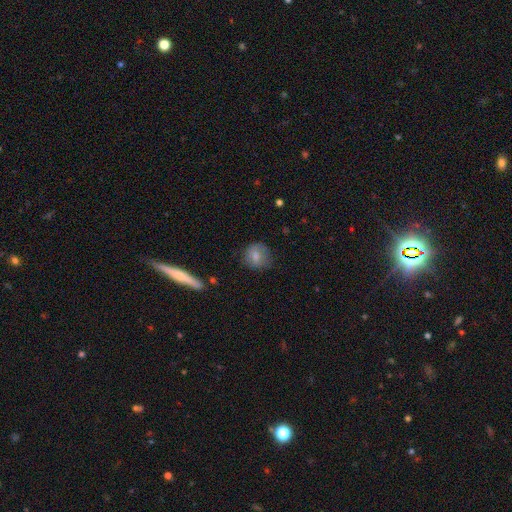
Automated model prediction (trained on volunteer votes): The model was most divided on "merging": none: 71%, minor disturbance: 21%, major disturbance: 7%, merger: 2%. More confident: how rounded — round (81%); smooth or featured — smooth (74%).